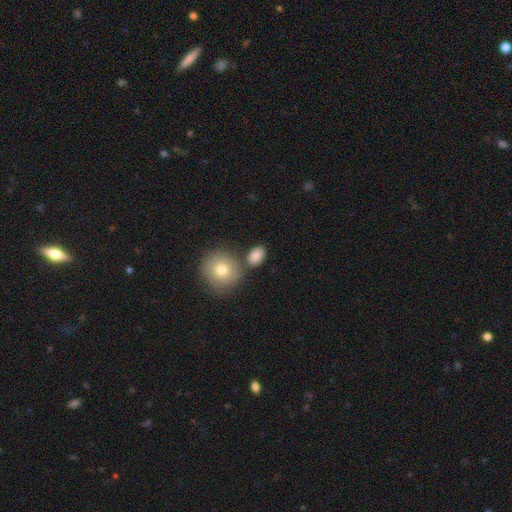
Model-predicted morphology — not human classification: Smooth or featured: smooth — 85% (star or artifact — 8%)
How rounded: in between — 76% (round — 22%)
Merging: none — 70% (merger — 14%)